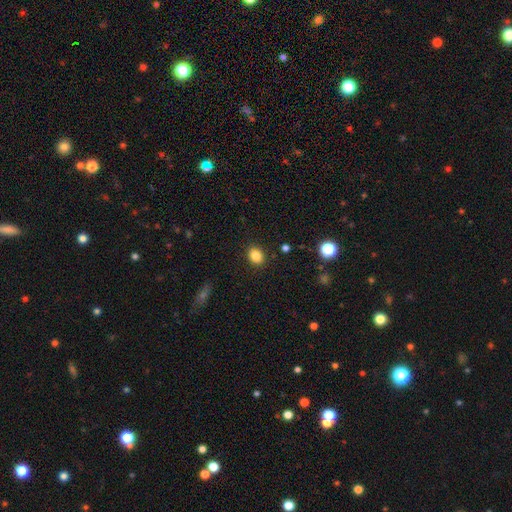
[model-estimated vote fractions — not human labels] A smooth galaxy with no disk features (84%) that is round (52%).

Vote fractions:
- Smooth or featured? smooth: 84% / star or artifact: 10% / featured or disk: 5%
- How rounded? round: 52% / in between: 48% / cigar-shaped: 1%
- Merging? none: 89% / minor disturbance: 7% / major disturbance: 2% / merger: 1%